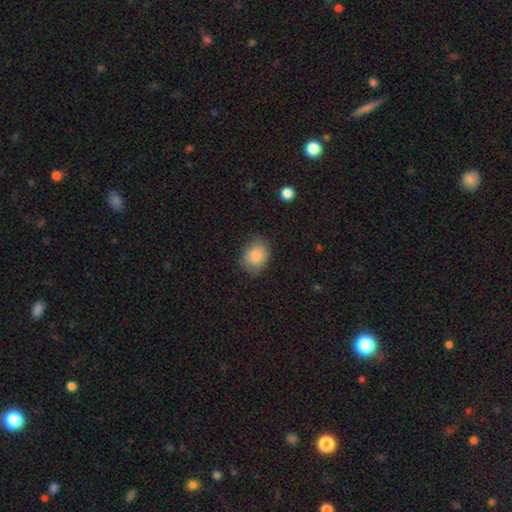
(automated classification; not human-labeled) smooth 84%, featured or disk 8%, star or artifact 8%. Down the decision tree: how rounded — in between (53%); merging — none (71%).